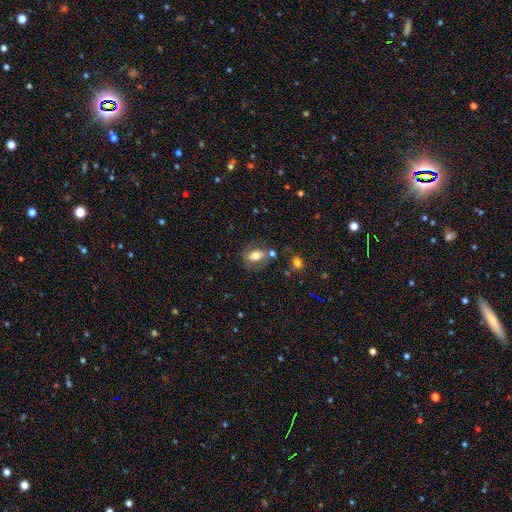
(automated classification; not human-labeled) Q: Smooth or featured?
A: smooth (67%); runner-up: featured or disk (23%)
Q: How rounded?
A: in between (72%); runner-up: round (26%)
Q: Merging?
A: none (60%); runner-up: minor disturbance (18%)